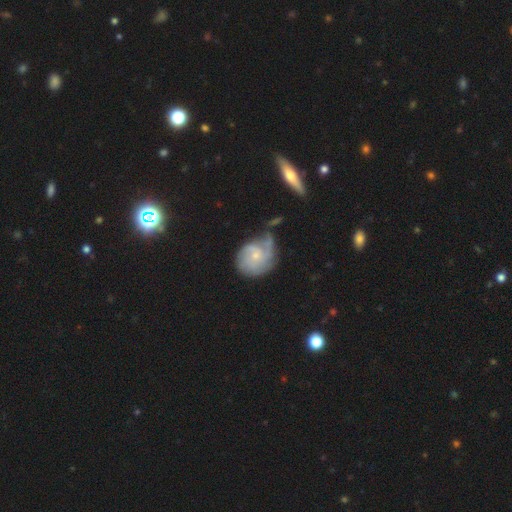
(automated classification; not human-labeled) The model was most divided on "merging": none: 39%, minor disturbance: 30%, major disturbance: 21%, merger: 10%. Remaining: edge-on disk — no (97%); spiral arms — yes (88%); bar — no (73%); bulge size — small (72%); smooth or featured — featured or disk (68%); spiral winding — tight (49%); spiral arm count — can't tell (36%).